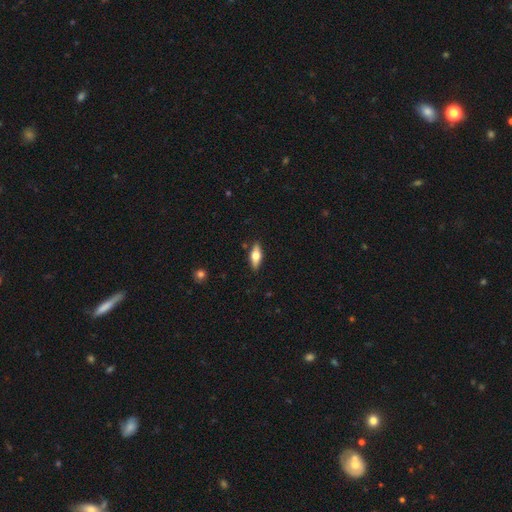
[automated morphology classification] type=smooth (56%); roundness=in between (67%); merging=none (87%).